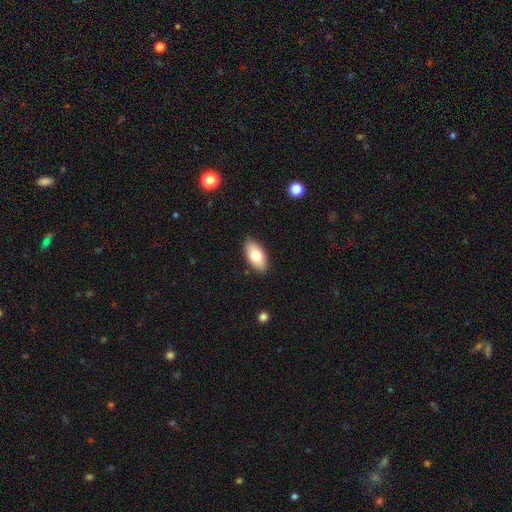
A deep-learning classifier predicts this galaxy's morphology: Smooth or featured? smooth (76%)
How rounded? in between (93%)
Merging? none (88%)